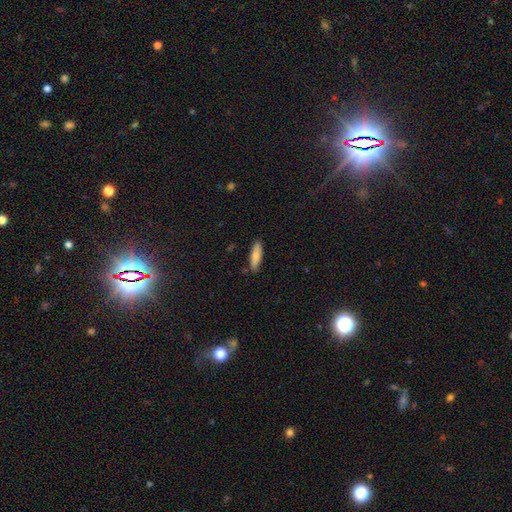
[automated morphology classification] This appears to be a smooth galaxy with no disk features (80%) that is cigar-shaped (68%). Merging: none (87%).